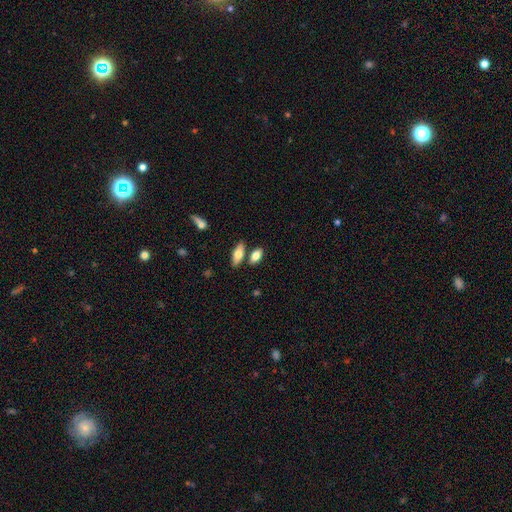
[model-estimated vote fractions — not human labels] A smooth galaxy with no disk features (75%) that is in between round and cigar-shaped (81%). Merging: none (68%).